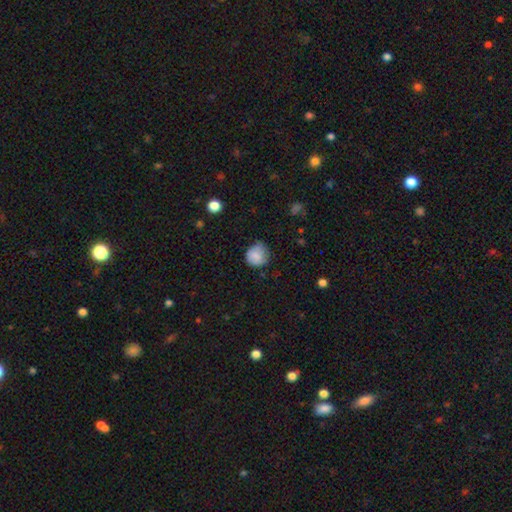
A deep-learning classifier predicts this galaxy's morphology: Smooth or featured? smooth (82%)
How rounded? round (82%)
Merging? none (61%)